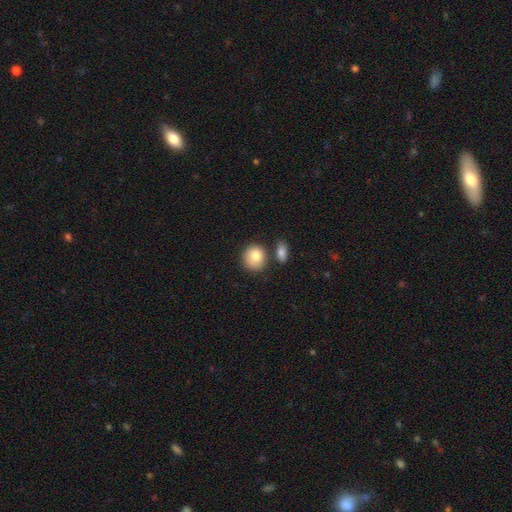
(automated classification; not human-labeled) smooth 82%, featured or disk 11%, star or artifact 8%. Down the decision tree: how rounded — round (78%); merging — none (65%).